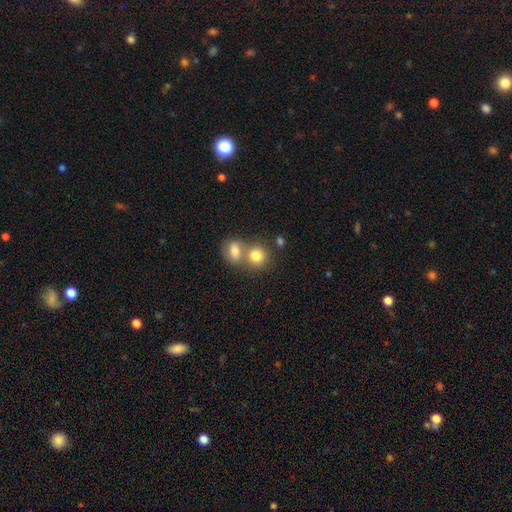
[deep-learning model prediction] The model was most divided on "merging": merger: 52%, none: 38%, minor disturbance: 7%, major disturbance: 3%. More confident: smooth or featured — smooth (80%); how rounded — round (73%).